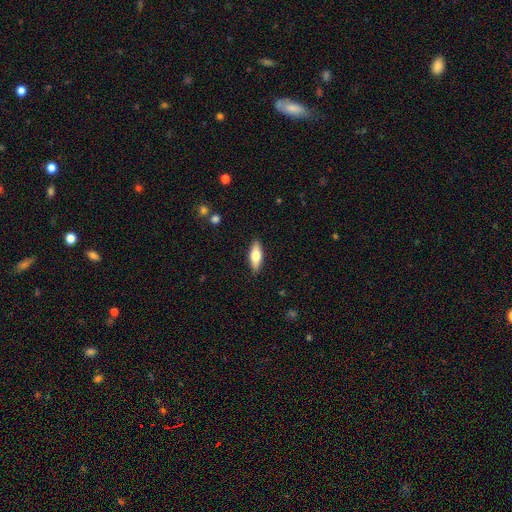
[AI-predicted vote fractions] The model was most divided on "how rounded": in between: 64%, cigar-shaped: 34%, round: 2%. More confident: merging — none (88%); smooth or featured — smooth (65%).